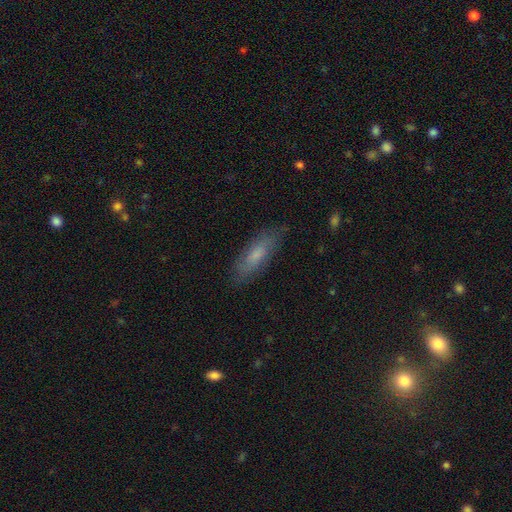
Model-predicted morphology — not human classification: Smooth or featured? smooth (62%)
How rounded? in between (49%, tied with cigar-shaped)
Merging? none (82%)